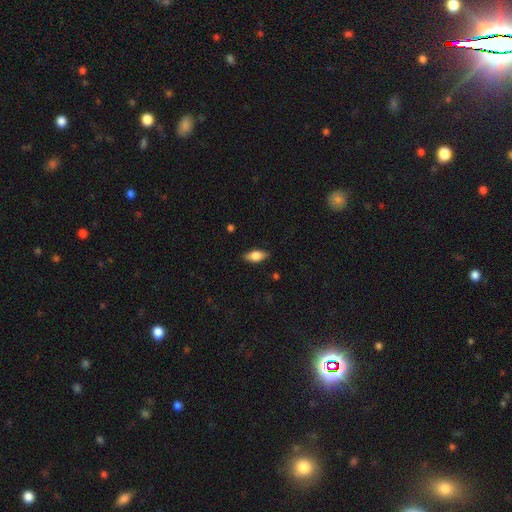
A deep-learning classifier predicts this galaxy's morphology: smooth_or_featured: smooth (p=0.68) [alt: featured or disk p=0.25]
how_rounded: in between (p=0.84) [alt: cigar-shaped p=0.13]
merging: none (p=0.86) [alt: minor disturbance p=0.11]